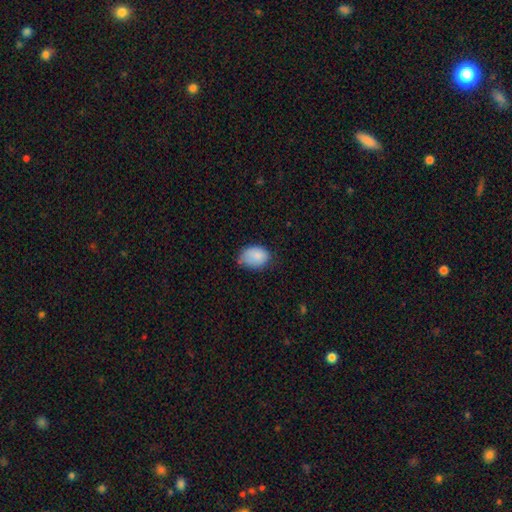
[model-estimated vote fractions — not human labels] Morphology: type=smooth (86%); roundness=in between (74%); merging=none (56%).